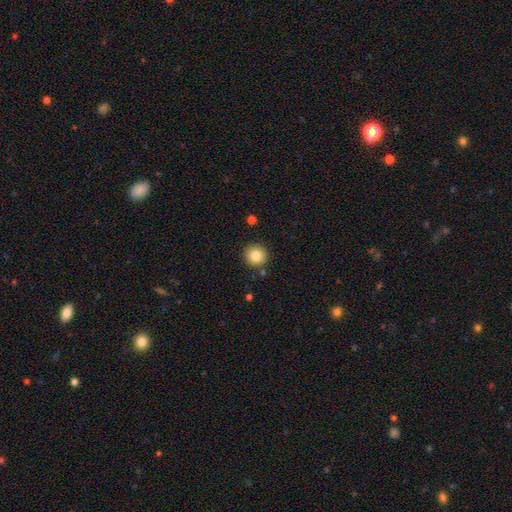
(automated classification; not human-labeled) Morphology: type=smooth (82%); roundness=round (95%); merging=none (89%).